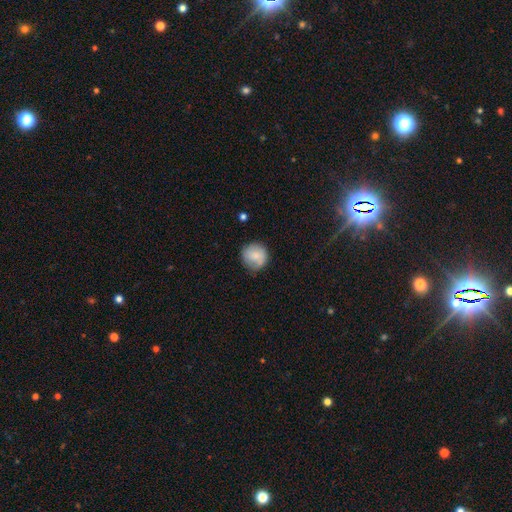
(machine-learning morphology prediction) Smooth or featured? Predicted: smooth (p=0.78). How rounded? Predicted: round (p=0.91). Merging? Predicted: none (p=0.74).